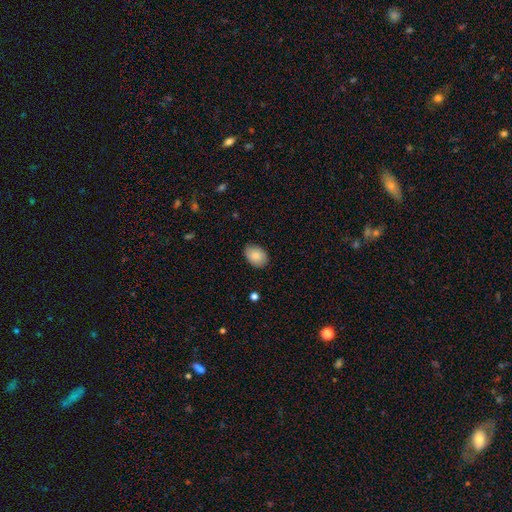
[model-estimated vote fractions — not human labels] Overall: smooth (85%). How rounded: in between (79%). Merging: none (84%).